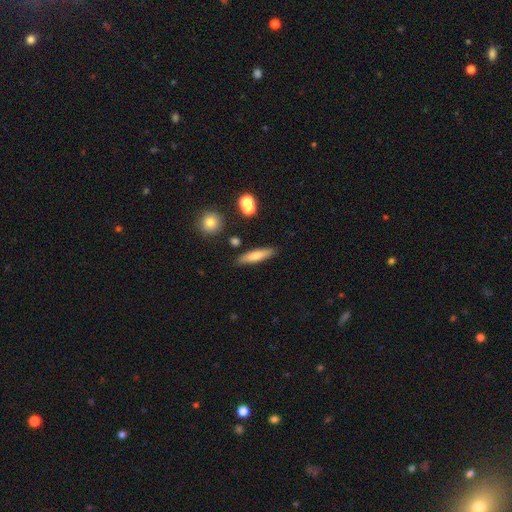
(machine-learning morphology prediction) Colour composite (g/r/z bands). It shows a smooth galaxy with no disk features (69%) that is cigar-shaped (76%). Merging: none (85%).